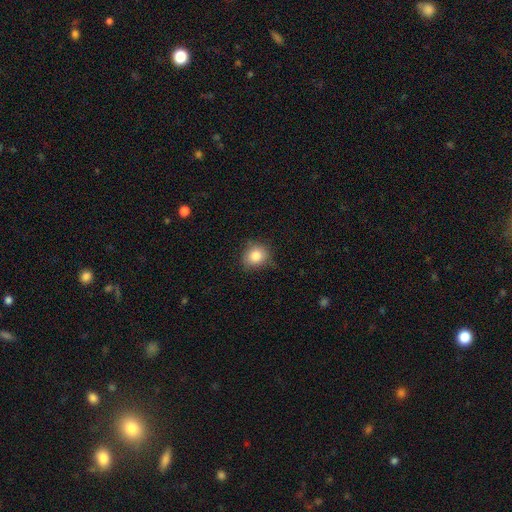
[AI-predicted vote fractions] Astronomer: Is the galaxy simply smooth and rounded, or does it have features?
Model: smooth — 83%.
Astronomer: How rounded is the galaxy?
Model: round — 79%.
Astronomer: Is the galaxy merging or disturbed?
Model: none — 71%.